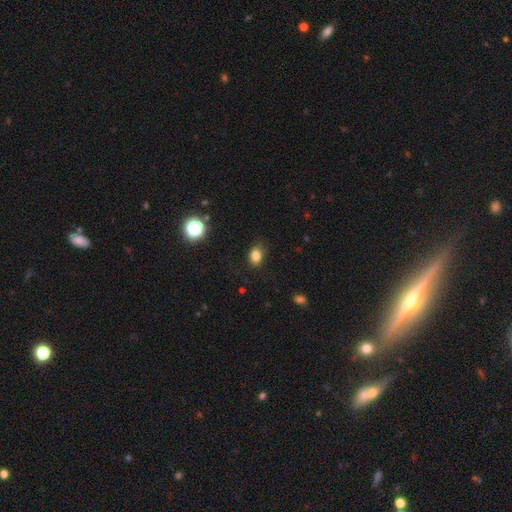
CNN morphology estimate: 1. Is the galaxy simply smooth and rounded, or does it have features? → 81% smooth, 13% star or artifact, 6% featured or disk.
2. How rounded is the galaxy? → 70% in between, 29% round, 1% cigar-shaped.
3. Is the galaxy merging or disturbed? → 83% none, 13% minor disturbance, 3% major disturbance, 1% merger.